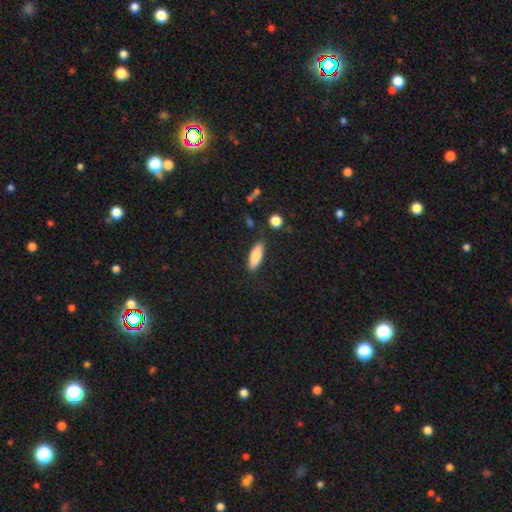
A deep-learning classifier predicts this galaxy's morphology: type=smooth (82%); roundness=in between (59%); merging=none (81%).